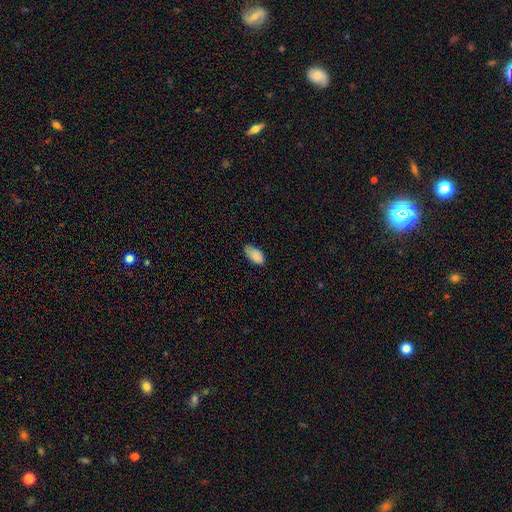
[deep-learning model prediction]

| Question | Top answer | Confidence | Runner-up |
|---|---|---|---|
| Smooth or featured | smooth | 87% | star or artifact (8%) |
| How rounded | in between | 94% | cigar-shaped (3%) |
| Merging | none | 64% | minor disturbance (29%) |